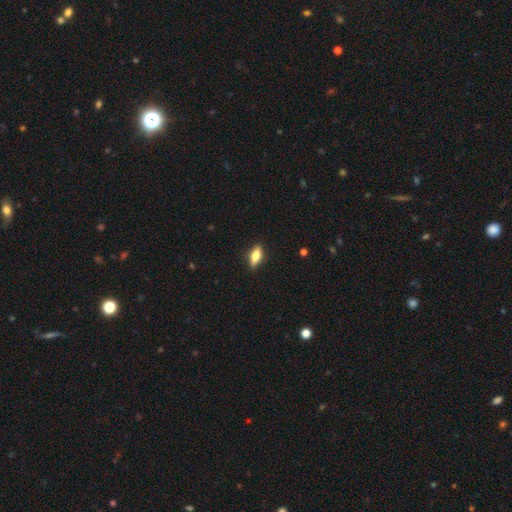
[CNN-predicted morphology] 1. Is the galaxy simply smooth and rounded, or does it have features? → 66% smooth, 27% featured or disk, 7% star or artifact.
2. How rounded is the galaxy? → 72% in between, 24% cigar-shaped, 4% round.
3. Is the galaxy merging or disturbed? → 88% none, 9% minor disturbance, 2% major disturbance, 1% merger.